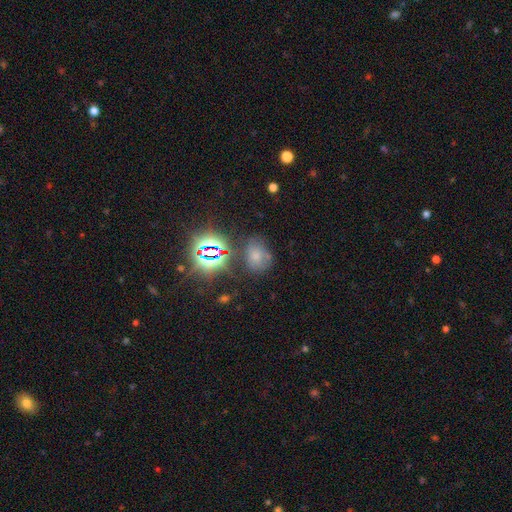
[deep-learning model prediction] A smooth galaxy with no disk features (53%) that is in between round and cigar-shaped (56%). Merging: none (59%).